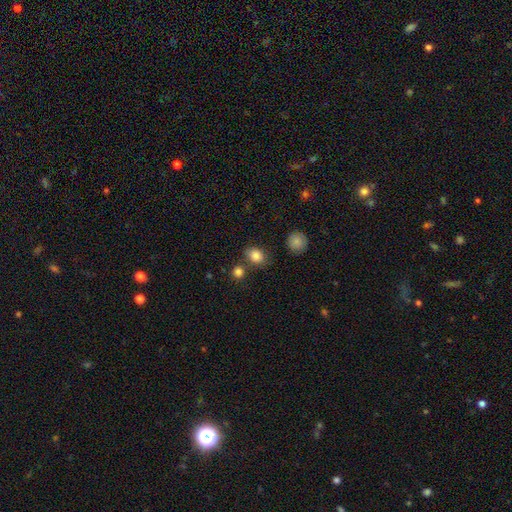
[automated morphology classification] type=smooth (85%); roundness=round (53%); merging=none (71%).